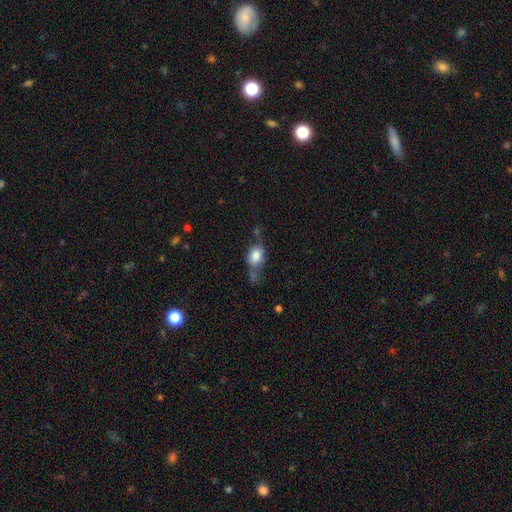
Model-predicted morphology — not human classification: The model was most divided on "merging": none: 34%, minor disturbance: 28%, merger: 21%, major disturbance: 18%. More confident: smooth or featured — smooth (79%); how rounded — in between (67%).